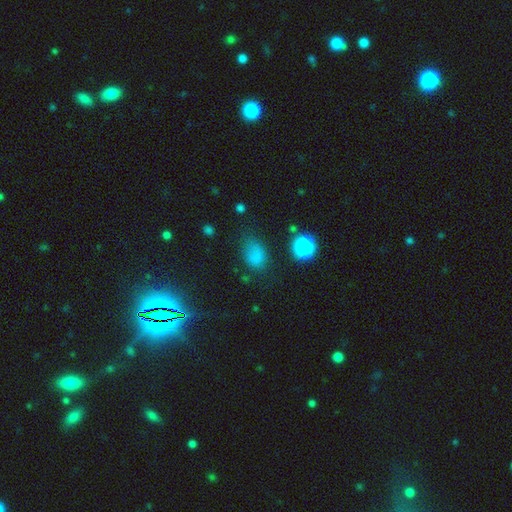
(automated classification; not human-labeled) Smooth or featured? smooth (73%)
How rounded? in between (71%)
Merging? none (54%)